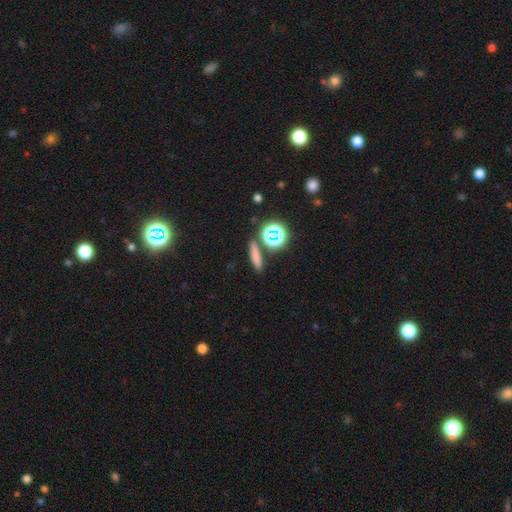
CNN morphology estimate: type=smooth (70%); roundness=cigar-shaped (70%); merging=none (83%).